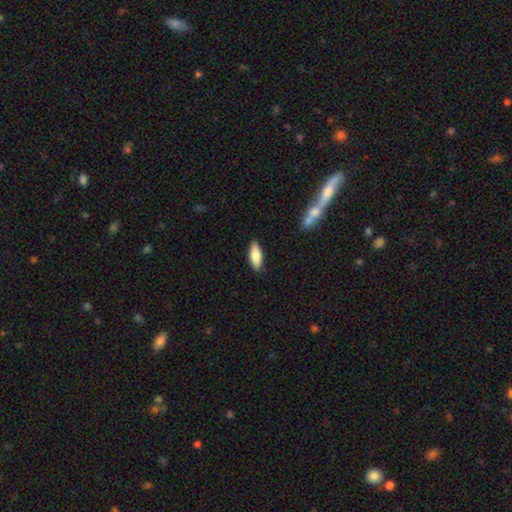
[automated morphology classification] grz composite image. It shows a smooth galaxy with no disk features (80%) that is in between round and cigar-shaped (69%). Merging: none (87%).